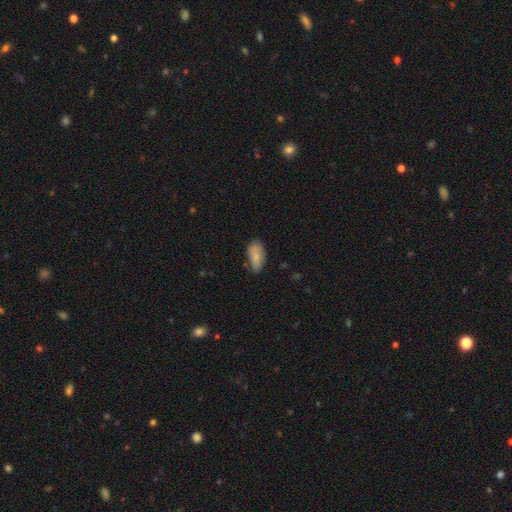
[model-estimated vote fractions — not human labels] Smooth or featured? smooth (80%)
How rounded? in between (90%)
Merging? none (66%)